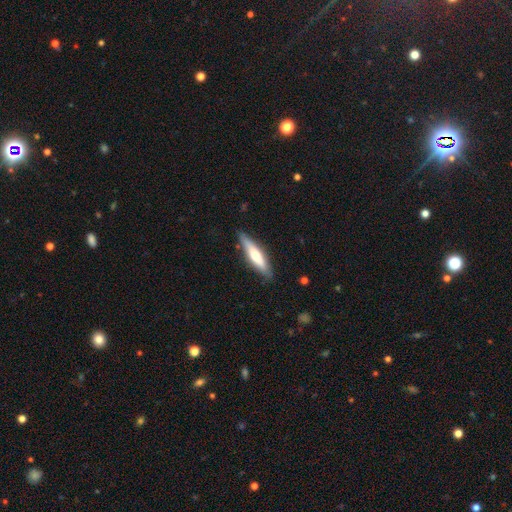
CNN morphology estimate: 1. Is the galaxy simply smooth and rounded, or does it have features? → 55% smooth, 40% featured or disk, 5% star or artifact.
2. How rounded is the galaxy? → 75% cigar-shaped, 24% in between, 1% round.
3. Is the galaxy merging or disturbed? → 85% none, 12% minor disturbance, 2% major disturbance, 1% merger.